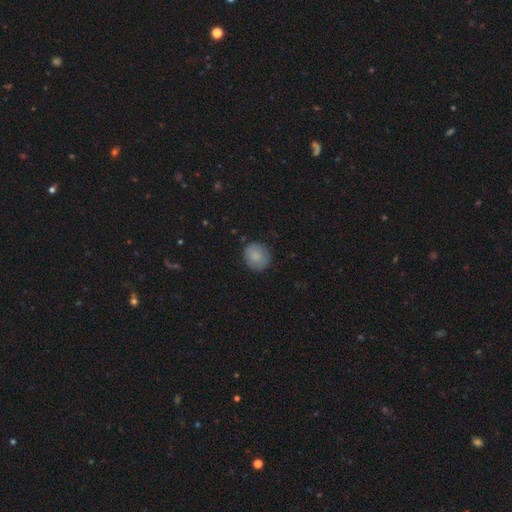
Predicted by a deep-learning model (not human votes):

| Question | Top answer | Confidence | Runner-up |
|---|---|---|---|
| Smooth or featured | smooth | 85% | featured or disk (7%) |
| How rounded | round | 81% | in between (18%) |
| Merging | none | 82% | minor disturbance (14%) |